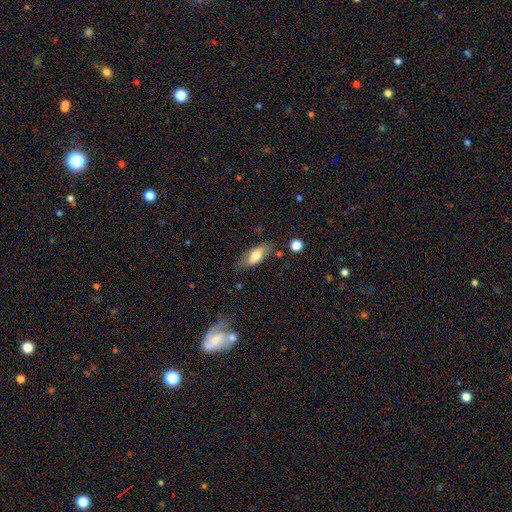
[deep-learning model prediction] Morphology: type=smooth (66%); roundness=in between (78%); merging=none (75%).